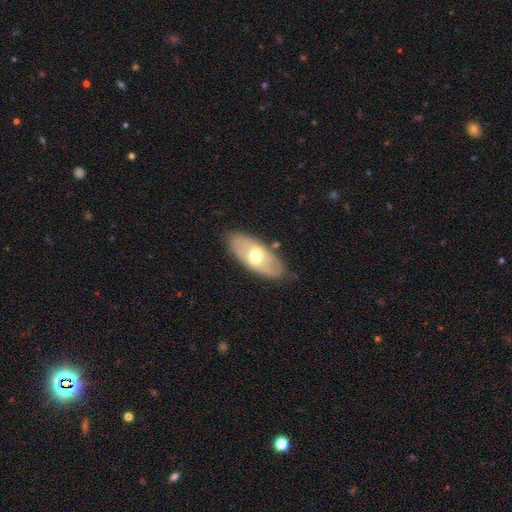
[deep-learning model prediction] smooth-or-featured: featured or disk: 49% | smooth: 45% | star or artifact: 6%
  merging: none: 82% | minor disturbance: 13% | major disturbance: 4% | merger: 2%